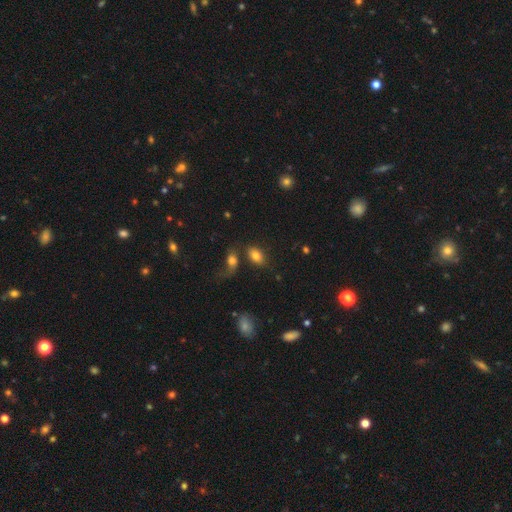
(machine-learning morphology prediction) Smooth or featured?
  - smooth: 80% *
  - featured or disk: 10%
  - star or artifact: 9%
How rounded?
  - in between: 87% *
  - round: 11%
  - cigar-shaped: 2%
Merging?
  - none: 60% *
  - merger: 21%
  - minor disturbance: 12%
  - major disturbance: 7%